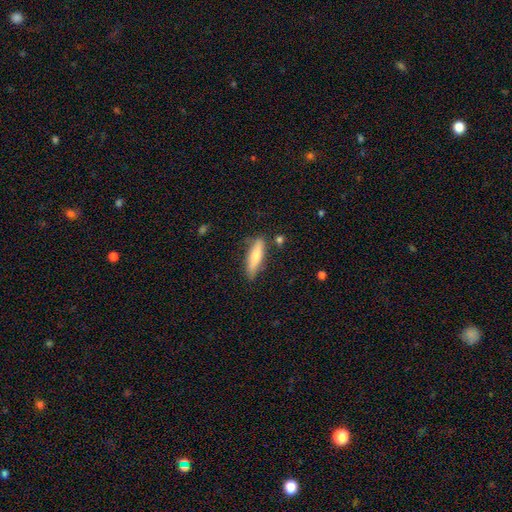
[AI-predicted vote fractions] Smooth or featured? smooth (68%)
How rounded? cigar-shaped (68%)
Merging? none (76%)